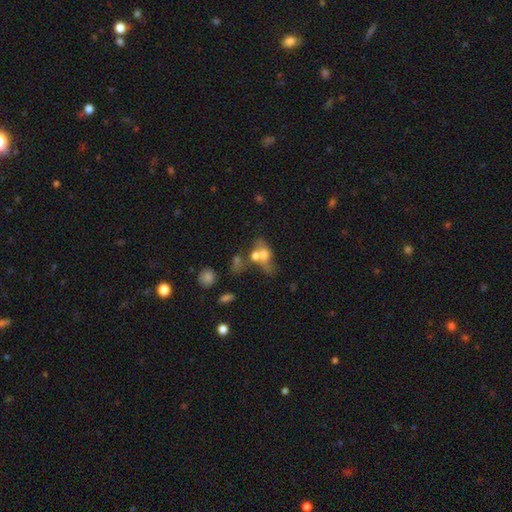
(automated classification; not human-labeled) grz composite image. It shows a smooth galaxy with no disk features (58%) that is in between round and cigar-shaped (56%). Merging: merger (61%).